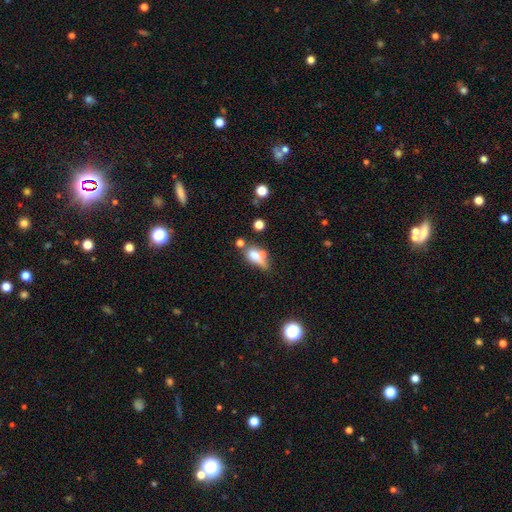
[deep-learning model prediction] Morphology: type=smooth (62%); roundness=in between (67%); merging=none (32%).